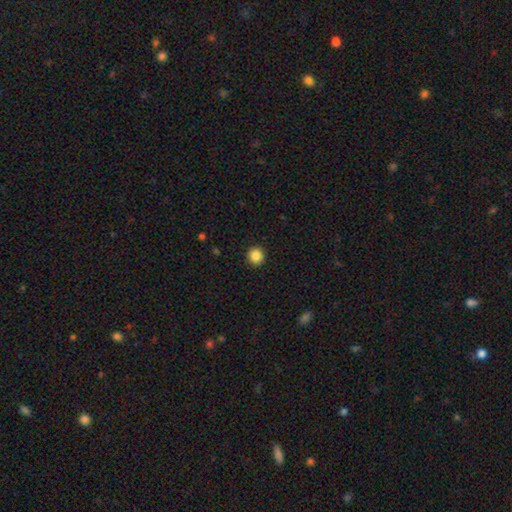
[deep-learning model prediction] Smooth or featured?
  - smooth: 86% *
  - star or artifact: 10%
  - featured or disk: 4%
How rounded?
  - round: 94% *
  - in between: 5%
  - cigar-shaped: 1%
Merging?
  - none: 93% *
  - minor disturbance: 5%
  - major disturbance: 2%
  - merger: 1%